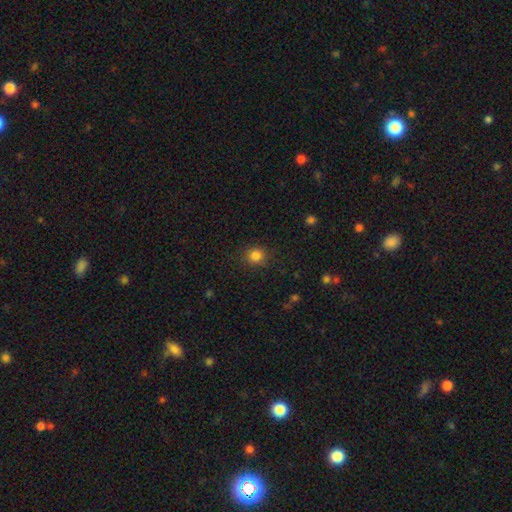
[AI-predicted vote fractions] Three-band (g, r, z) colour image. It shows a smooth galaxy with no disk features (84%) that is round (90%). Merging: none (88%).